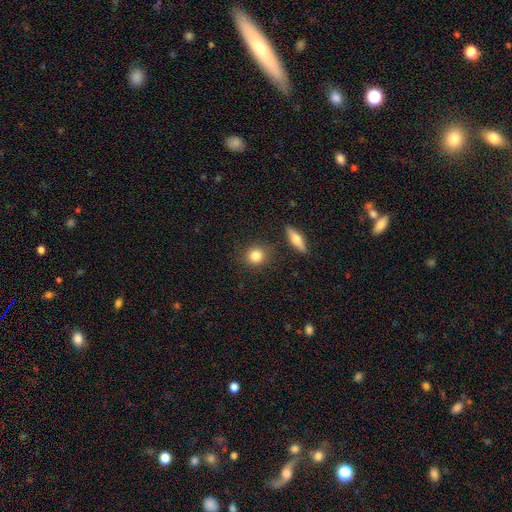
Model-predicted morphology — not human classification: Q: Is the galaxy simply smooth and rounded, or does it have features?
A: smooth — 83%.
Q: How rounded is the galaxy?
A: round — 84%.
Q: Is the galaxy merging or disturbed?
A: none — 85%.